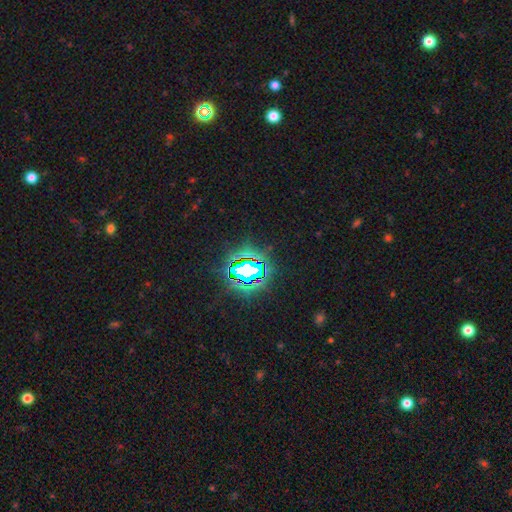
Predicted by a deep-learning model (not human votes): Smooth or featured? star or artifact (82%)